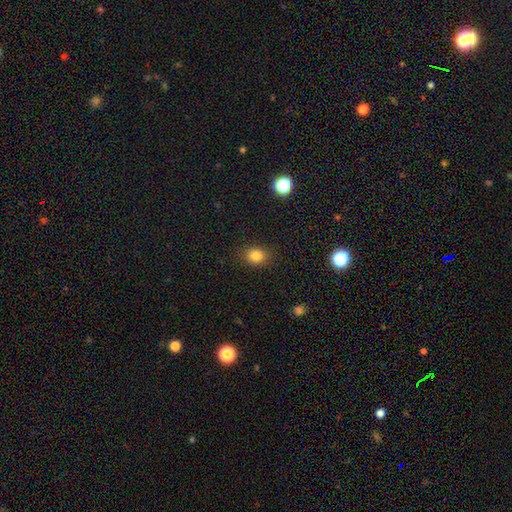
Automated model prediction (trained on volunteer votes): Smooth or featured? smooth (82%)
How rounded? round (55%)
Merging? none (87%)